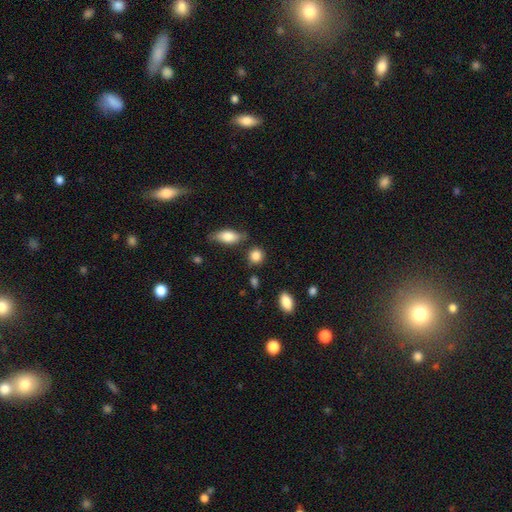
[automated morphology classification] smooth_or_featured: smooth (p=0.85) [alt: star or artifact p=0.09]
how_rounded: round (p=0.76) [alt: in between p=0.21]
merging: none (p=0.76) [alt: minor disturbance p=0.13]